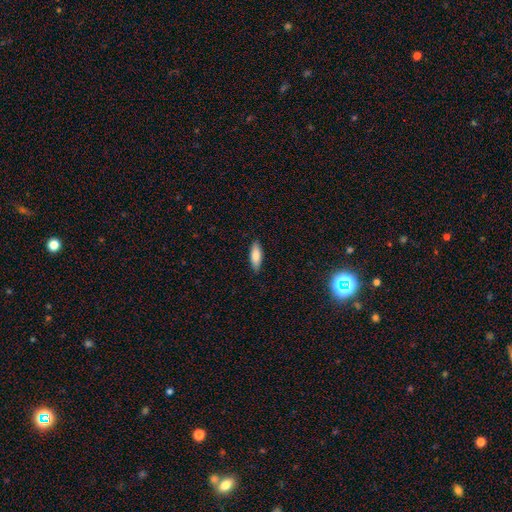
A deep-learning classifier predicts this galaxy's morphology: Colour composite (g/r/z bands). It shows a smooth galaxy with no disk features (83%) that is in between round and cigar-shaped (65%). Merging: none (87%).